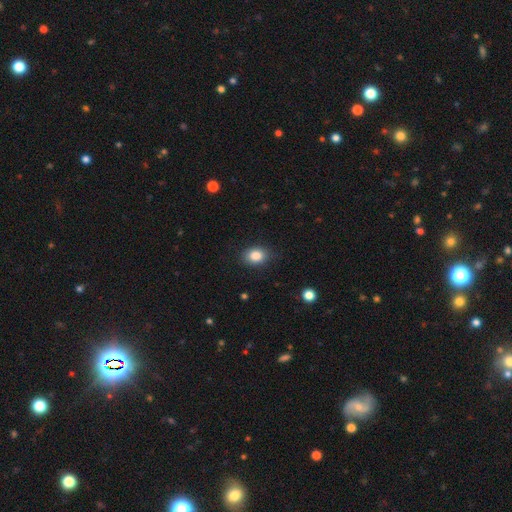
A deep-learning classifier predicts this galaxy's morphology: smooth-or-featured: smooth: 84% | star or artifact: 9% | featured or disk: 6%
  how-rounded: in between: 66% | round: 33% | cigar-shaped: 1%
  merging: none: 83% | minor disturbance: 13% | major disturbance: 3% | merger: 1%